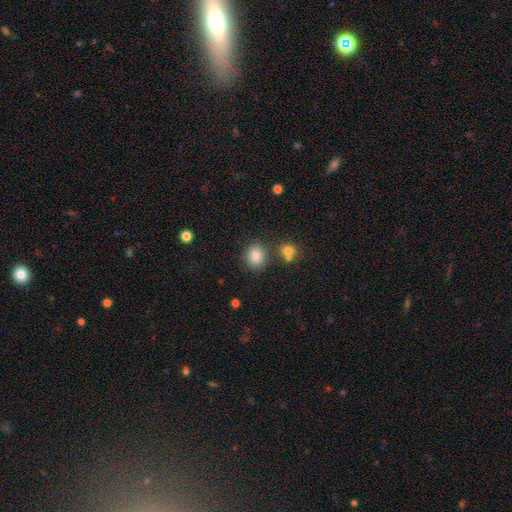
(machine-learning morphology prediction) type=smooth (85%); roundness=round (71%); merging=none (79%).